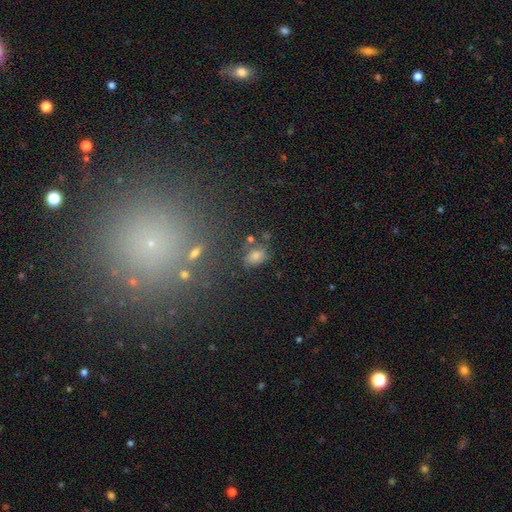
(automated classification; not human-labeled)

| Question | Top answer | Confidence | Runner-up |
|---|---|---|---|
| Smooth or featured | smooth | 51% | featured or disk (29%) |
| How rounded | in between | 70% | round (28%) |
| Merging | none | 51% | minor disturbance (22%) |